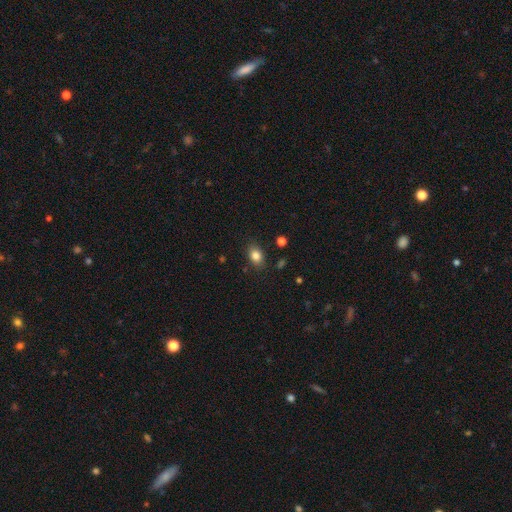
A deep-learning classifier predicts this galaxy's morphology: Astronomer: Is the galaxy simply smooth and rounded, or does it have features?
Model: smooth — 83%.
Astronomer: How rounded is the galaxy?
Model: in between — 73%.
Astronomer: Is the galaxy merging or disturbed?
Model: none — 84%.